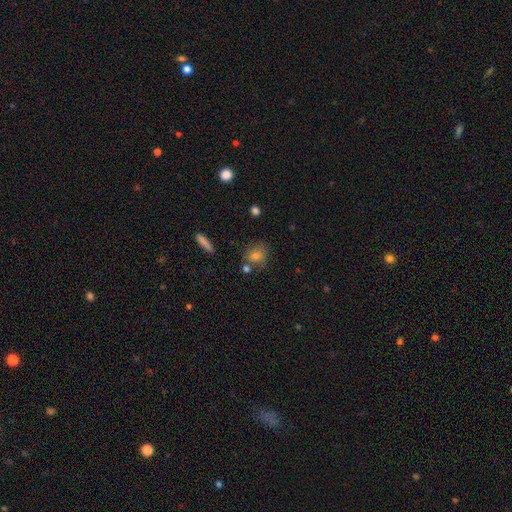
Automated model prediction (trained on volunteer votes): Smooth or featured?
  - smooth: 72% *
  - featured or disk: 16%
  - star or artifact: 12%
How rounded?
  - round: 60% *
  - in between: 37%
  - cigar-shaped: 3%
Merging?
  - none: 66% *
  - minor disturbance: 18%
  - merger: 10%
  - major disturbance: 6%